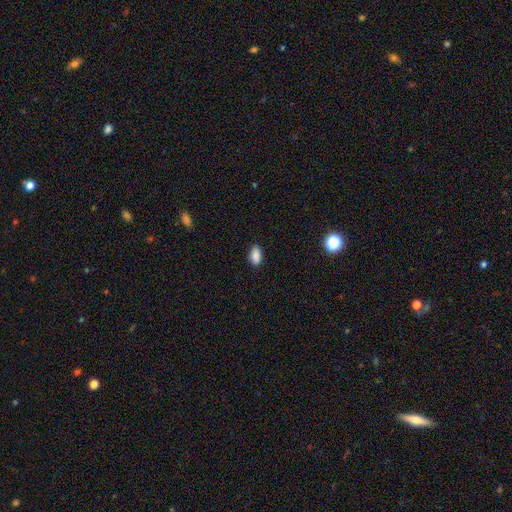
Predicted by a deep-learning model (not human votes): This is clearly a smooth galaxy (88%). How rounded: clearly in between (90%). Merging: clearly none (81%).